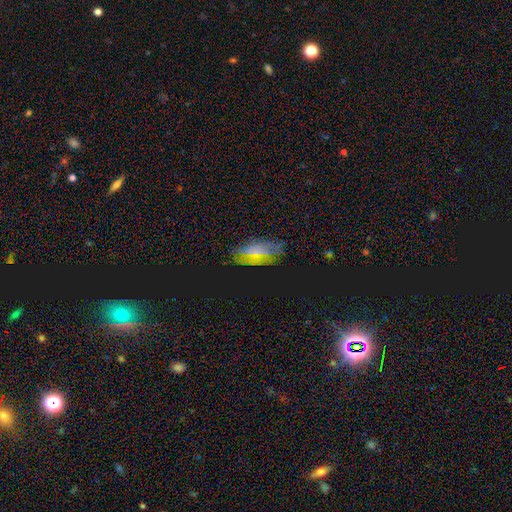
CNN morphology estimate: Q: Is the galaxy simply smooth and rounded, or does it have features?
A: smooth — 42%.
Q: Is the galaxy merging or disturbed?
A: none — 78%.